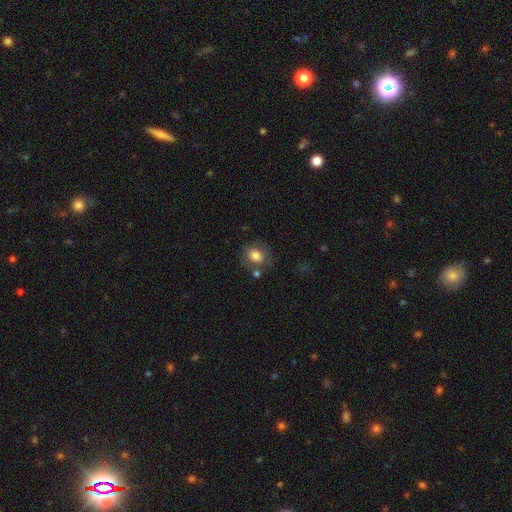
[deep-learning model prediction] smooth-or-featured: smooth: 78% | featured or disk: 13% | star or artifact: 9%
  how-rounded: round: 56% | in between: 43% | cigar-shaped: 1%
  merging: none: 67% | minor disturbance: 16% | merger: 10% | major disturbance: 6%